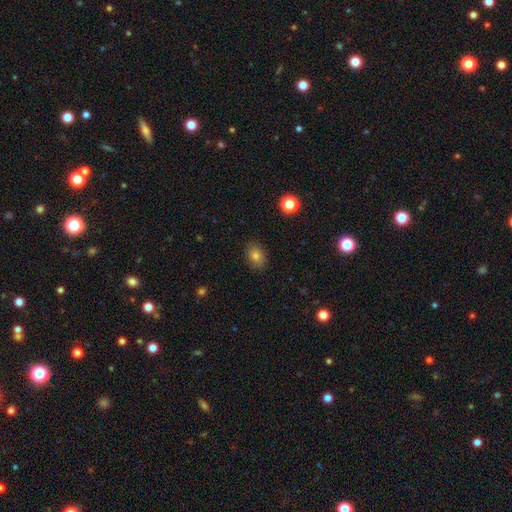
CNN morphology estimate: This appears to be a smooth galaxy with no disk features (80%) that is in between round and cigar-shaped (74%). Merging: none (85%).